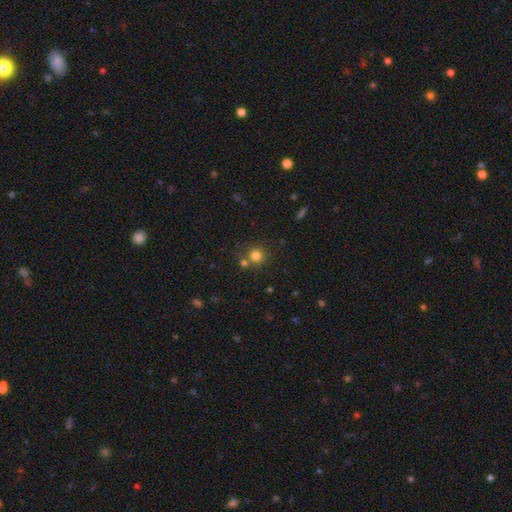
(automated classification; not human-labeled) Smooth or featured? Predicted: smooth (p=0.78). How rounded? Predicted: round (p=0.91). Merging? Predicted: none (p=0.68).